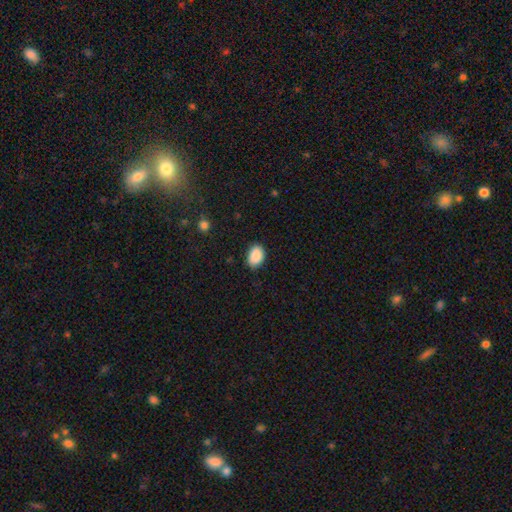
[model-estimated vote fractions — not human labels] Smooth or featured?
  - smooth: 90% *
  - star or artifact: 7%
  - featured or disk: 3%
How rounded?
  - in between: 84% *
  - round: 15%
  - cigar-shaped: 1%
Merging?
  - none: 85% *
  - minor disturbance: 12%
  - major disturbance: 2%
  - merger: 1%